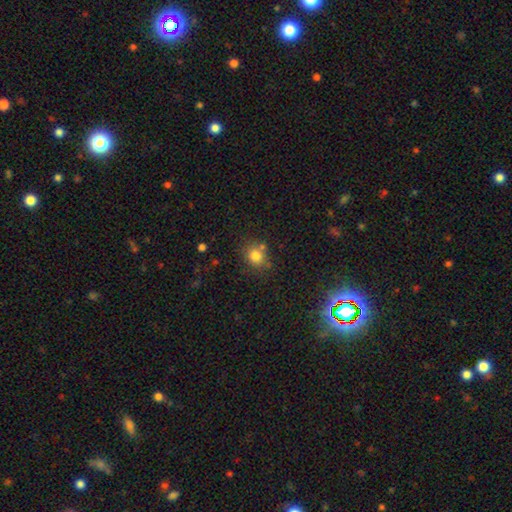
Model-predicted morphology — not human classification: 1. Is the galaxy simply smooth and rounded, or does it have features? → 79% smooth, 12% star or artifact, 8% featured or disk.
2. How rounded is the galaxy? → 71% round, 28% in between, 1% cigar-shaped.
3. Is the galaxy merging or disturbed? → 69% none, 14% minor disturbance, 13% merger, 4% major disturbance.